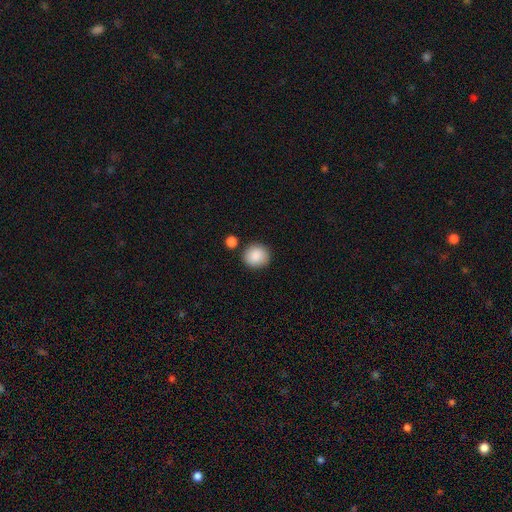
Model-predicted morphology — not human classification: Q: Smooth or featured?
A: smooth (89%); runner-up: star or artifact (7%)
Q: How rounded?
A: round (85%); runner-up: in between (14%)
Q: Merging?
A: none (83%); runner-up: minor disturbance (9%)